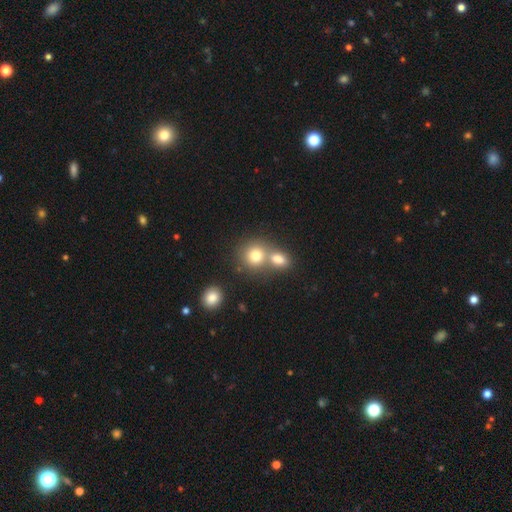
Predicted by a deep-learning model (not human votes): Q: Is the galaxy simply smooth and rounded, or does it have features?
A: smooth — 77%.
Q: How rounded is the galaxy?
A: round — 80%.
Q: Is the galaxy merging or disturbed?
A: merger — 46%.